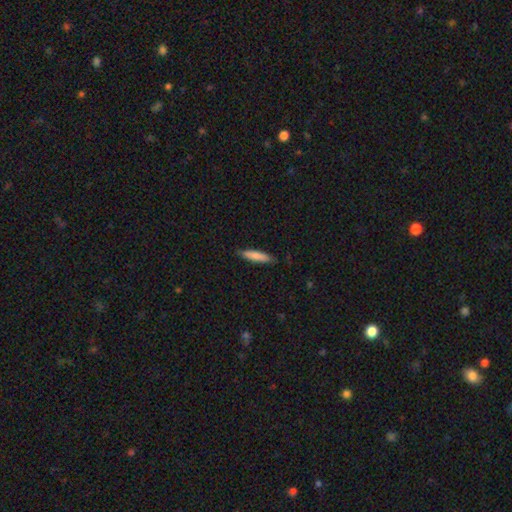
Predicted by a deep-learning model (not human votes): This is clearly a smooth galaxy (80%). How rounded: clearly cigar-shaped (84%). Merging: clearly none (85%).